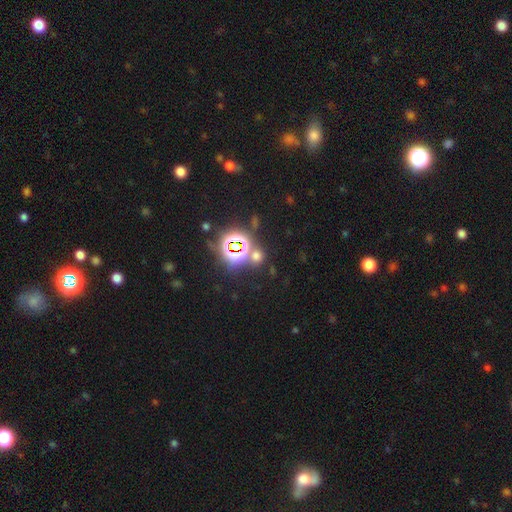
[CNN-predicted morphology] This appears to be a star or artifact, not a galaxy (53%).